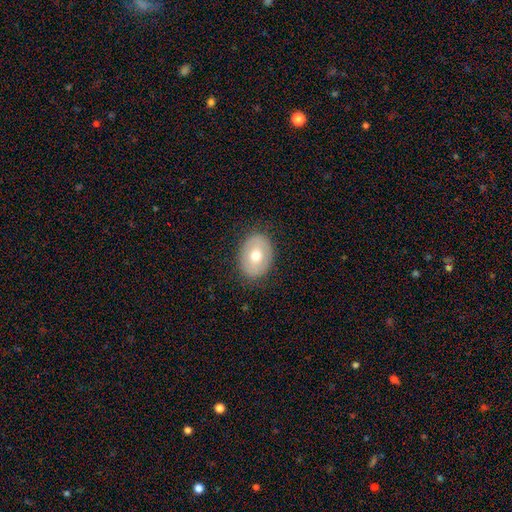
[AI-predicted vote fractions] A smooth galaxy with no disk features (62%) that is in between round and cigar-shaped (70%).

Vote fractions:
- Smooth or featured? smooth: 62% / featured or disk: 30% / star or artifact: 7%
- How rounded? in between: 70% / round: 30% / cigar-shaped: 1%
- Merging? none: 85% / minor disturbance: 11% / major disturbance: 3% / merger: 1%